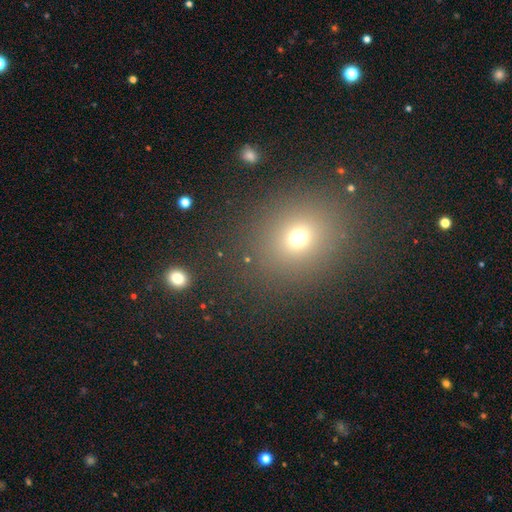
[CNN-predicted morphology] Smooth or featured?
  - smooth: 59% *
  - star or artifact: 33%
  - featured or disk: 8%
How rounded?
  - round: 70% *
  - in between: 29%
  - cigar-shaped: 1%
Merging?
  - none: 89% *
  - minor disturbance: 7%
  - major disturbance: 3%
  - merger: 2%